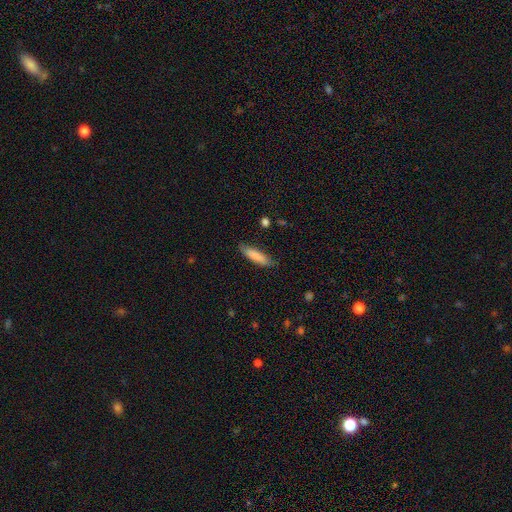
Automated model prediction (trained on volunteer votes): Q: Smooth or featured?
A: smooth (82%); runner-up: featured or disk (12%)
Q: How rounded?
A: cigar-shaped (73%); runner-up: in between (26%)
Q: Merging?
A: none (80%); runner-up: minor disturbance (16%)